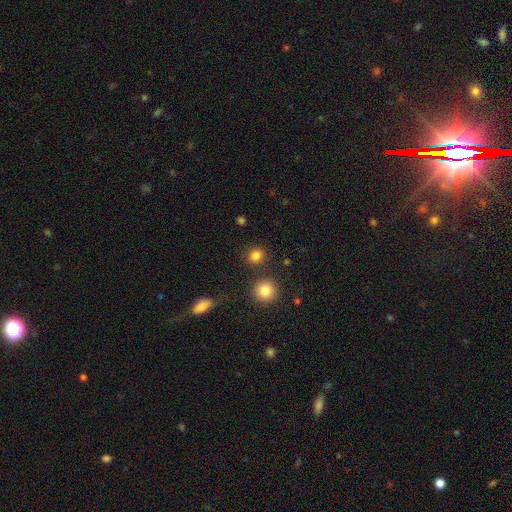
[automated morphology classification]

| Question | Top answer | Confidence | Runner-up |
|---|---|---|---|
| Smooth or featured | smooth | 83% | star or artifact (12%) |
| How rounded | round | 81% | in between (18%) |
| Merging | none | 85% | minor disturbance (7%) |